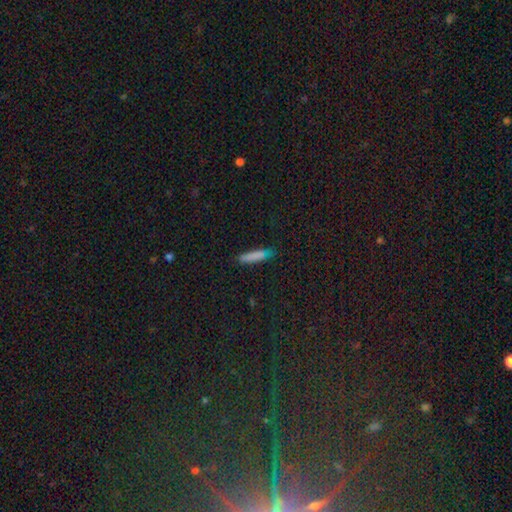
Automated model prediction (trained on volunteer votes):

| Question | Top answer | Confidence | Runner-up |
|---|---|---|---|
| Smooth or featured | smooth | 82% | featured or disk (10%) |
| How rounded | cigar-shaped | 88% | in between (11%) |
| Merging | none | 81% | minor disturbance (14%) |